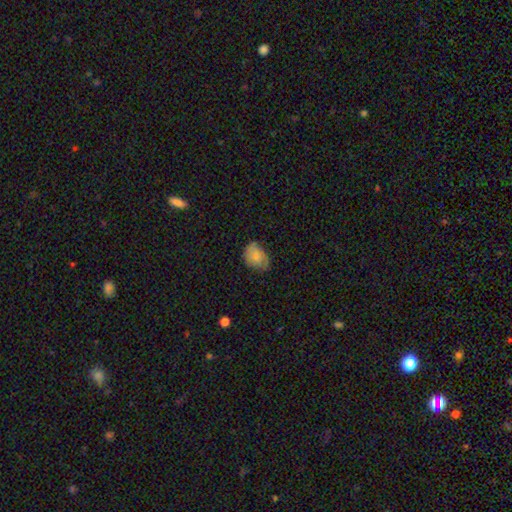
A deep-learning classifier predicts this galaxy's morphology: This appears to be a smooth galaxy with no disk features (73%) that is in between round and cigar-shaped (67%). Merging: none (57%).